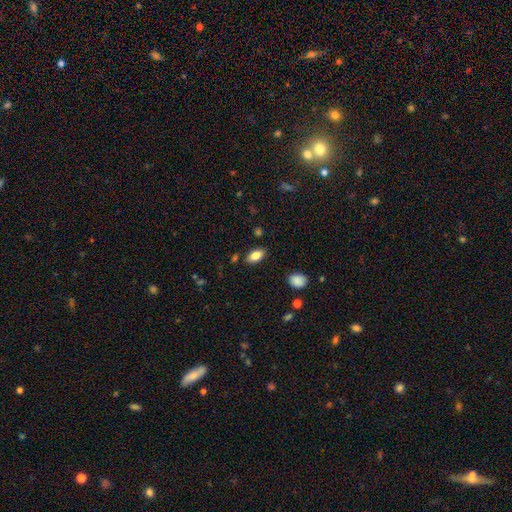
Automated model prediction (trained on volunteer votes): smooth-or-featured: smooth: 82% | featured or disk: 10% | star or artifact: 8%
  how-rounded: in between: 90% | cigar-shaped: 5% | round: 5%
  merging: none: 85% | minor disturbance: 10% | major disturbance: 2% | merger: 2%